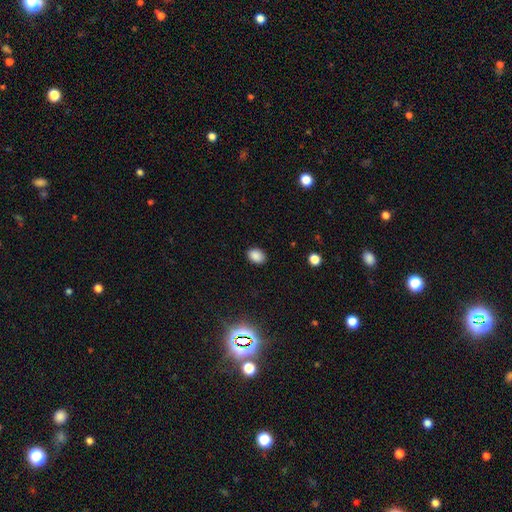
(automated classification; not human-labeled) Q: Smooth or featured?
A: smooth (86%); runner-up: star or artifact (11%)
Q: How rounded?
A: in between (74%); runner-up: round (25%)
Q: Merging?
A: none (87%); runner-up: minor disturbance (10%)